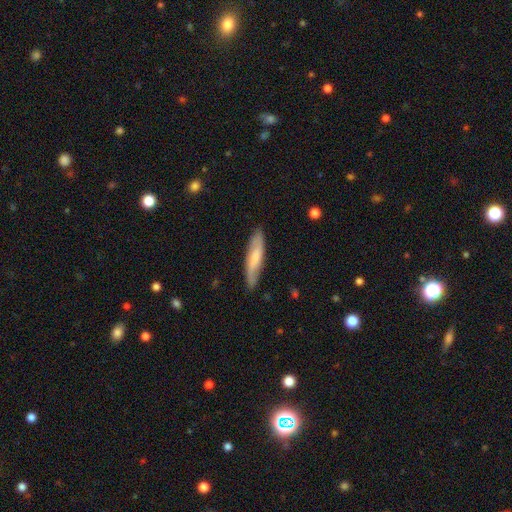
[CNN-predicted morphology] The model was most divided on "smooth or featured": smooth: 54%, featured or disk: 39%, star or artifact: 6%. More confident: merging — none (83%); how rounded — cigar-shaped (79%).